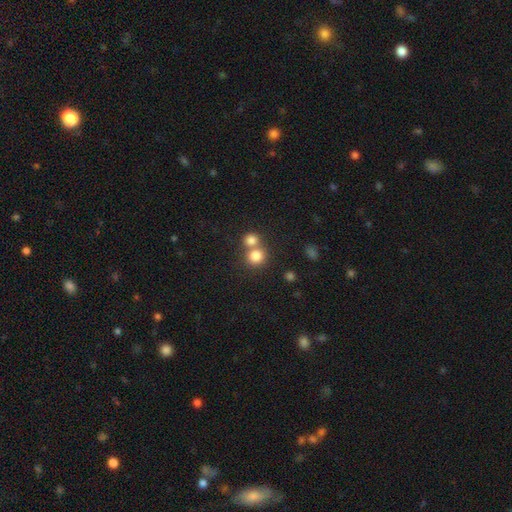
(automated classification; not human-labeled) A smooth galaxy with no disk features (81%) that is round (86%). Merging: none (46%).